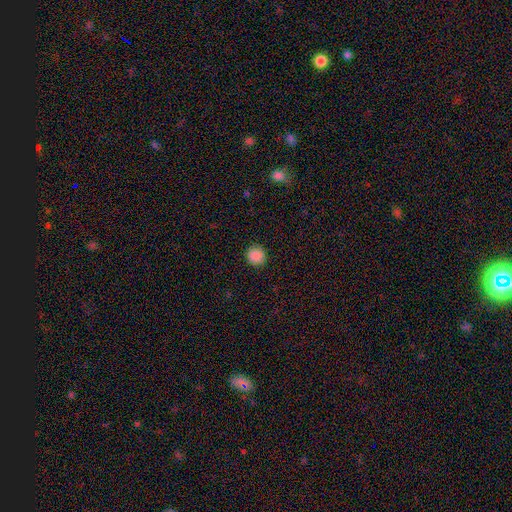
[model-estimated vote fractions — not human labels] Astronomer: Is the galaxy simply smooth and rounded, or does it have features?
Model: smooth — 88%.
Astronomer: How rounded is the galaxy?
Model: round — 91%.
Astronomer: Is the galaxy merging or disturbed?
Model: none — 90%.